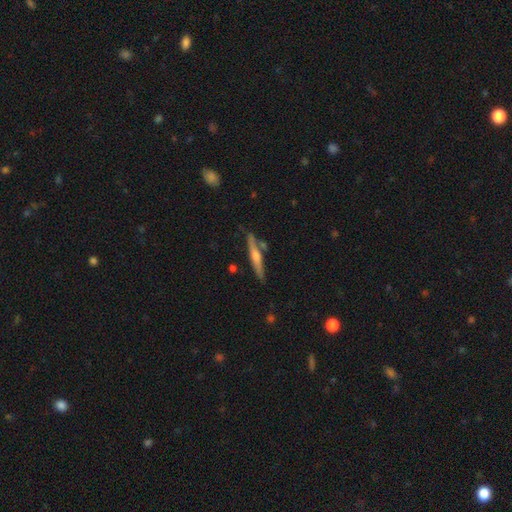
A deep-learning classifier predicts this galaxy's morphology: Q: Smooth or featured?
A: featured or disk (69%); runner-up: smooth (25%)
Q: Edge-on disk?
A: yes (96%); runner-up: no (4%)
Q: Edge-on bulge?
A: rounded (80%); runner-up: none (12%)
Q: Merging?
A: none (80%); runner-up: minor disturbance (12%)